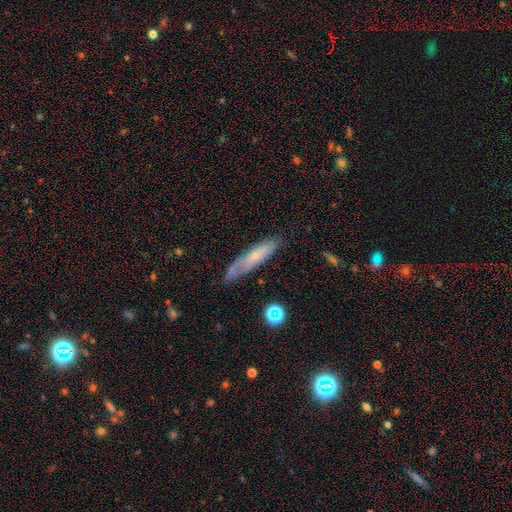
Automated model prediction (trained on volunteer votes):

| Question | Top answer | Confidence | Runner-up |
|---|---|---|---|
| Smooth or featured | smooth | 50% | featured or disk (42%) |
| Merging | none | 64% | minor disturbance (25%) |